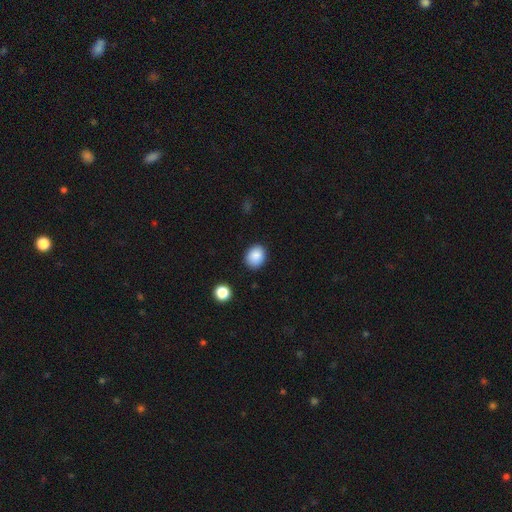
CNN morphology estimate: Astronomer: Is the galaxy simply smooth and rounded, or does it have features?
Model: smooth — 87%.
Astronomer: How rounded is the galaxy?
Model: round — 54% (runner-up: in between, 45%).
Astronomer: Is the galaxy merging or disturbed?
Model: none — 86%.